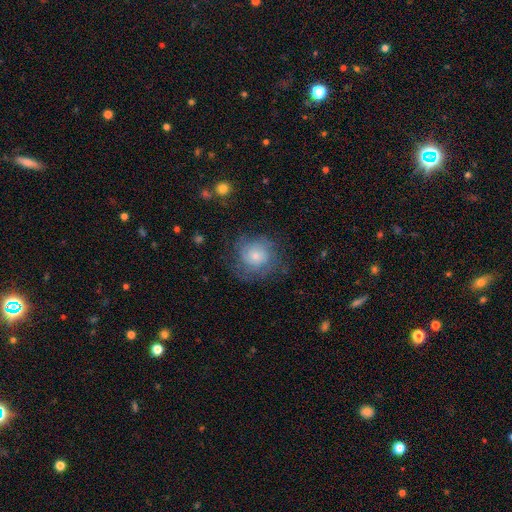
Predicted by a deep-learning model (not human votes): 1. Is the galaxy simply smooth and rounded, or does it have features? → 53% featured or disk, 38% smooth, 9% star or artifact.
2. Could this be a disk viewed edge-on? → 97% no, 3% yes.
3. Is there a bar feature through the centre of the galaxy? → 78% no, 19% weak, 3% strong.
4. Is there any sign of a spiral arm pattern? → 83% yes, 17% no.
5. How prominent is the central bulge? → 51% small, 37% moderate, 6% large, 5% none, 2% dominant.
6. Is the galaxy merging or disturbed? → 66% none, 19% minor disturbance, 13% major disturbance, 1% merger.